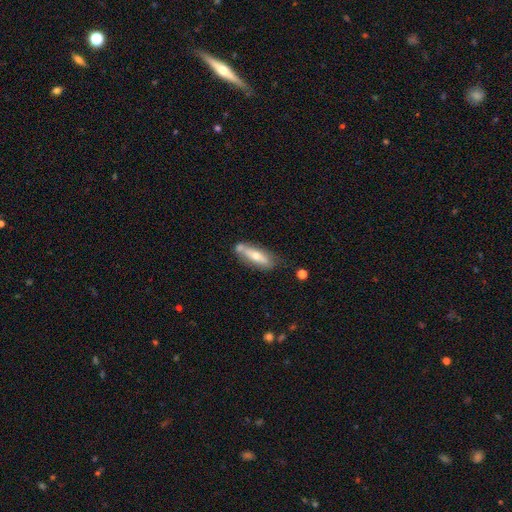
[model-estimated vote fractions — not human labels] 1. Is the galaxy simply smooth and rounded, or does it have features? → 50% smooth, 44% featured or disk, 6% star or artifact.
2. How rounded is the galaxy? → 55% cigar-shaped, 42% in between, 2% round.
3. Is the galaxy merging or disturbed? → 59% none, 20% minor disturbance, 16% merger, 5% major disturbance.